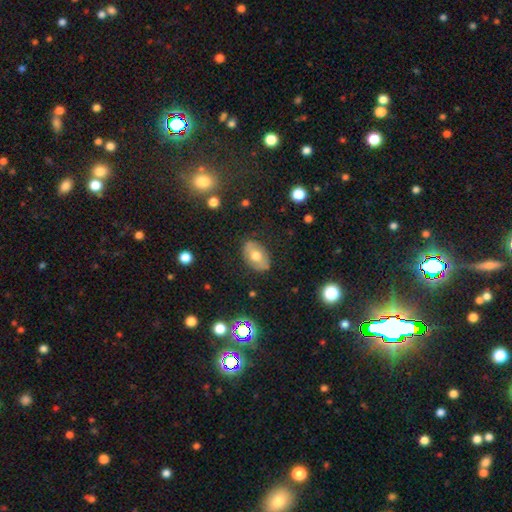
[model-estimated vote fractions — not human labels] This appears to be a smooth galaxy with no disk features (57%) that is in between round and cigar-shaped (84%). Merging: none (81%).